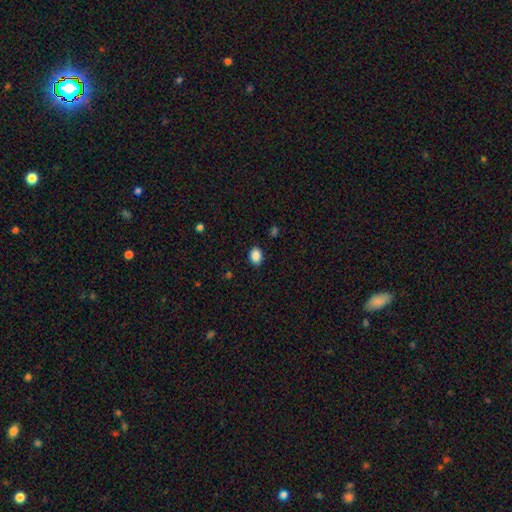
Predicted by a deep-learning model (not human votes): Smooth or featured: smooth — 88% (star or artifact — 8%)
How rounded: in between — 72% (round — 27%)
Merging: none — 87% (minor disturbance — 10%)